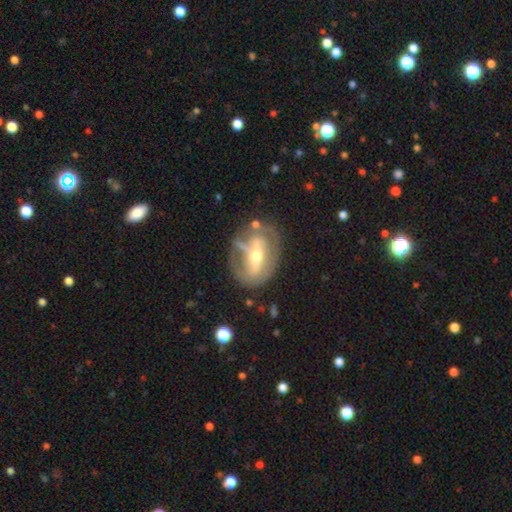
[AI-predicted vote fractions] Smooth or featured? featured or disk (75%)
Edge-on disk? no (91%)
Bar? strong (50%)
Spiral arms? yes (62%)
Bulge size? moderate (61%)
Merging? none (57%)